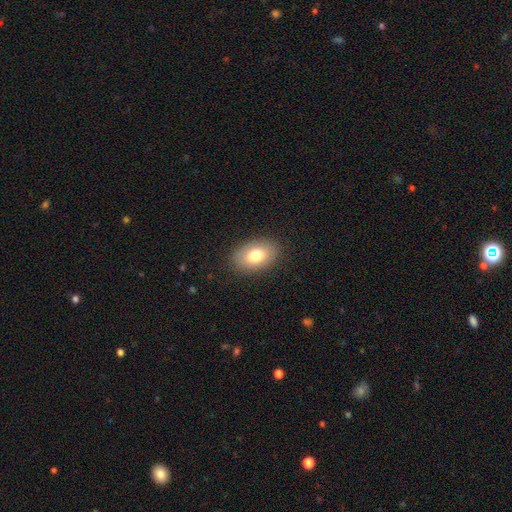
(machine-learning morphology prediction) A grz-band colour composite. It shows a smooth galaxy with no disk features (78%) that is in between round and cigar-shaped (88%). Merging: none (87%).